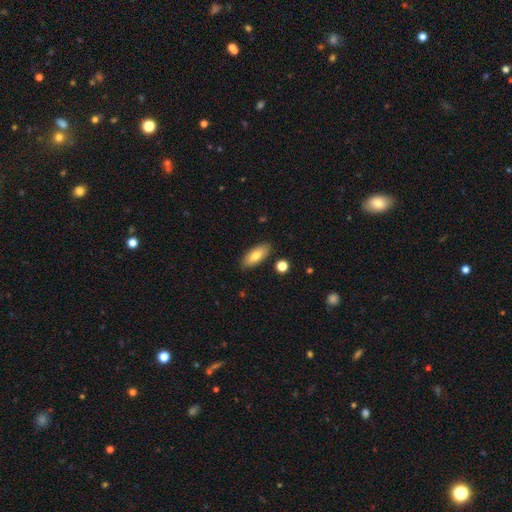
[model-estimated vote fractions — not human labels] Overall: smooth (75%). How rounded: in between (82%). Merging: none (86%).